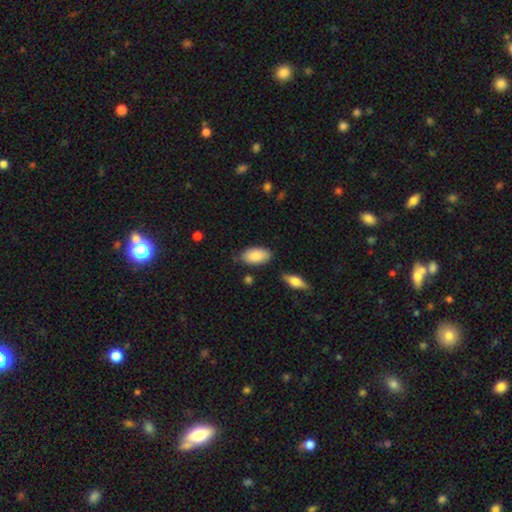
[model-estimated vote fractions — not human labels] Morphology: type=smooth (87%); roundness=in between (94%); merging=none (77%).